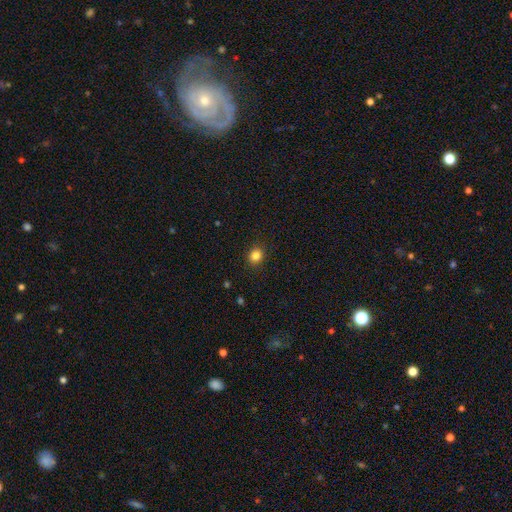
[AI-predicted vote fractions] Smooth or featured?
  - smooth: 84% *
  - star or artifact: 12%
  - featured or disk: 4%
How rounded?
  - round: 77% *
  - in between: 22%
  - cigar-shaped: 1%
Merging?
  - none: 90% *
  - minor disturbance: 7%
  - major disturbance: 2%
  - merger: 1%